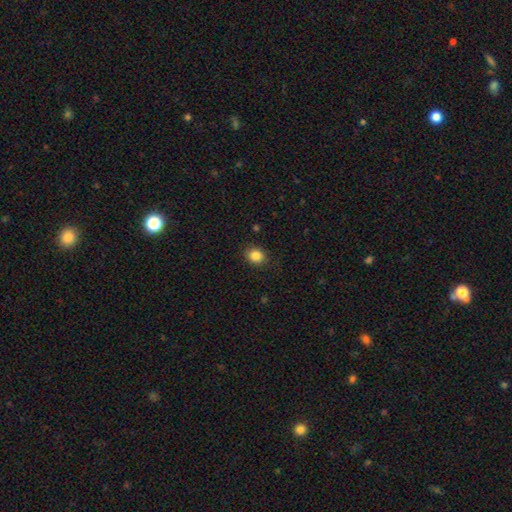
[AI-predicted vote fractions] Q: Smooth or featured?
A: smooth (86%); runner-up: star or artifact (10%)
Q: How rounded?
A: round (64%); runner-up: in between (35%)
Q: Merging?
A: none (87%); runner-up: minor disturbance (9%)